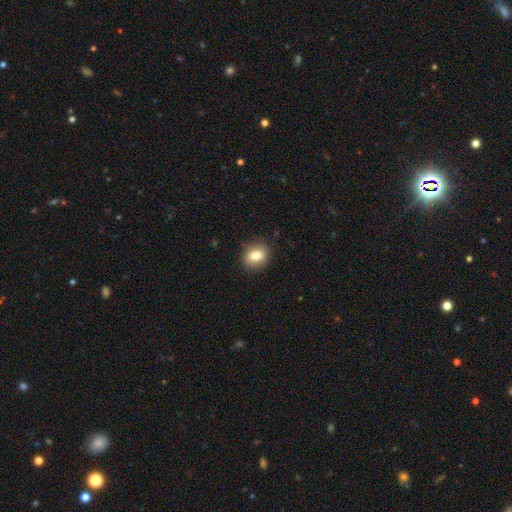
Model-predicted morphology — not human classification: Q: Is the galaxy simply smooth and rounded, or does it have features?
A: smooth — 80%.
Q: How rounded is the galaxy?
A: round — 52%.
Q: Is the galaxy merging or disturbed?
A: none — 87%.